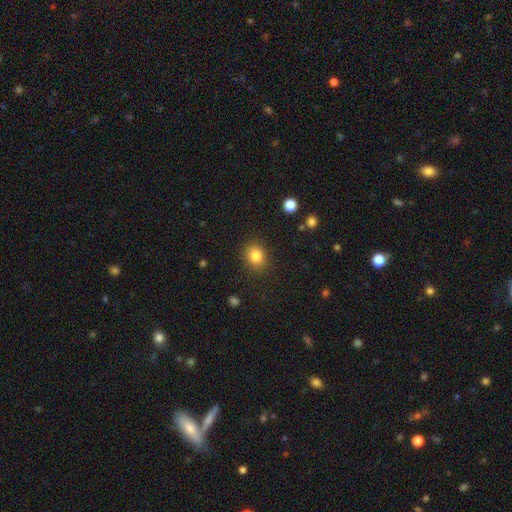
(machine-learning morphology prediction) This is clearly a smooth galaxy (84%). How rounded: likely round (63%). Merging: clearly none (87%).